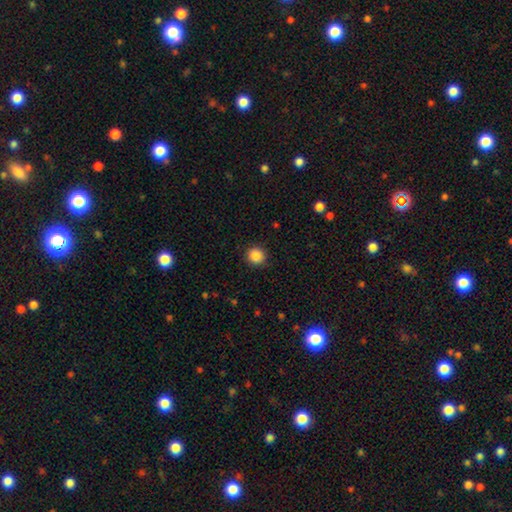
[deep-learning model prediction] Smooth or featured: smooth — 88% (star or artifact — 9%)
How rounded: round — 93% (in between — 6%)
Merging: none — 90% (minor disturbance — 7%)